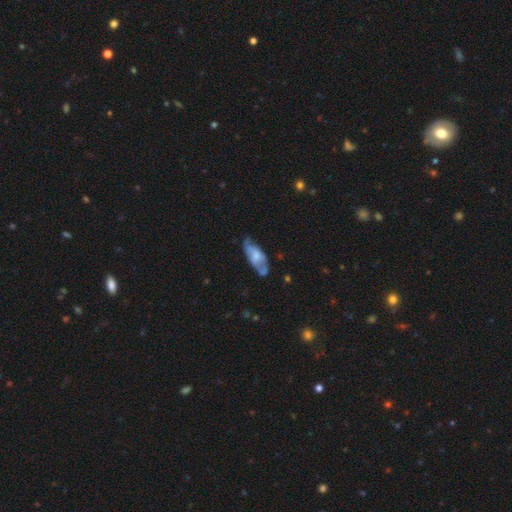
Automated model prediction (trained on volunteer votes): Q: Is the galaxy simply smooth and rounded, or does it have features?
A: smooth — 48%.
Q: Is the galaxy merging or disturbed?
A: none — 51%.